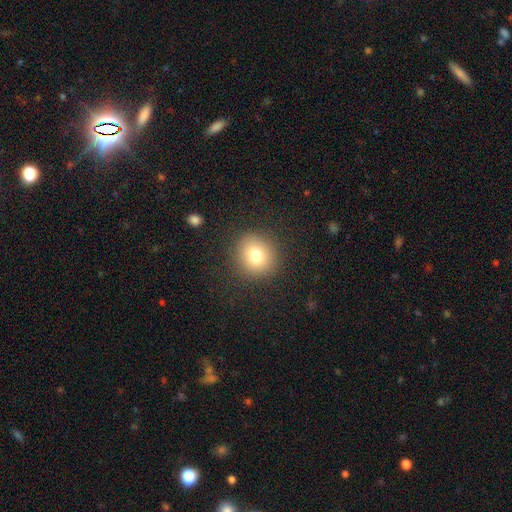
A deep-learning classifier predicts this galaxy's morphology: smooth_or_featured: smooth (p=0.77) [alt: star or artifact p=0.12]
how_rounded: round (p=0.87) [alt: in between p=0.12]
merging: none (p=0.89) [alt: minor disturbance p=0.07]